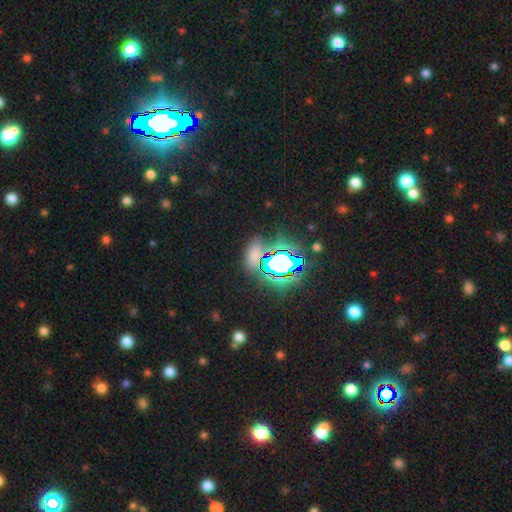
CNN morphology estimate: This appears to be a star or artifact, not a galaxy (55%).